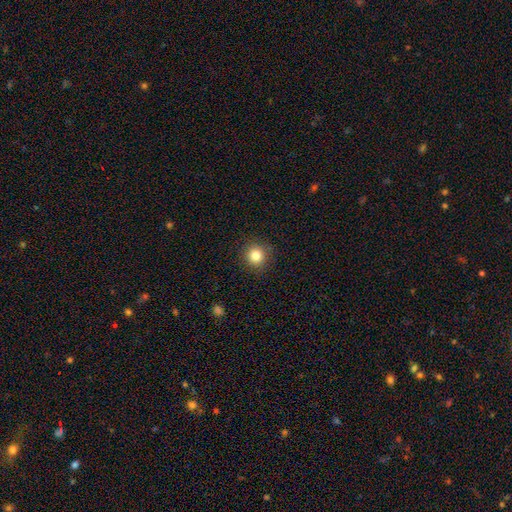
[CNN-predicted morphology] Q: Smooth or featured?
A: smooth (83%); runner-up: star or artifact (12%)
Q: How rounded?
A: round (93%); runner-up: in between (6%)
Q: Merging?
A: none (91%); runner-up: minor disturbance (6%)